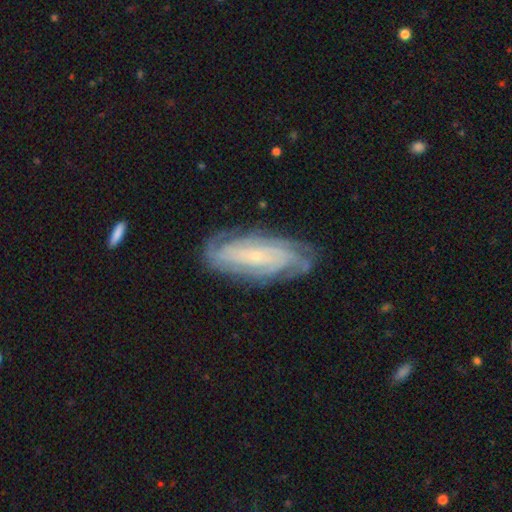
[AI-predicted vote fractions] This appears to be a featured or disk galaxy (84%) with no bar (63%), tight (73%) spiral arms (96%) and a small central bulge (83%). Merging: none (77%).